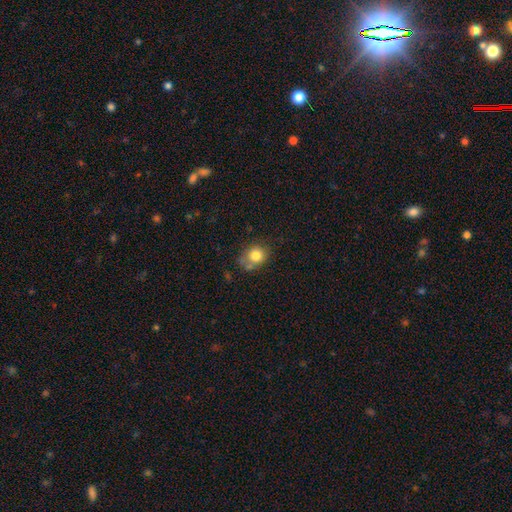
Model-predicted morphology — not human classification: A smooth galaxy with no disk features (79%) that is round (69%). Merging: none (57%).